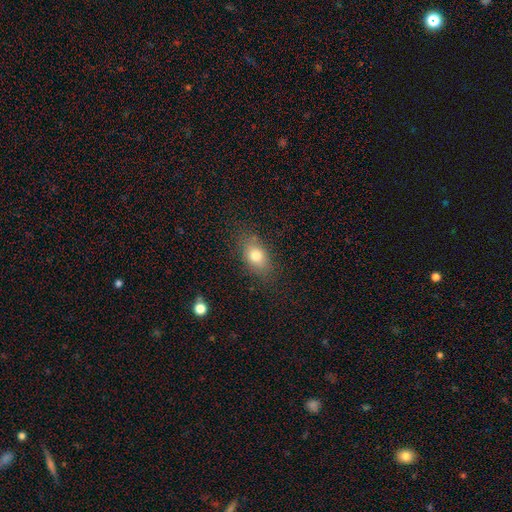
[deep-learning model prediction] Smooth or featured? smooth (77%)
How rounded? in between (80%)
Merging? none (78%)